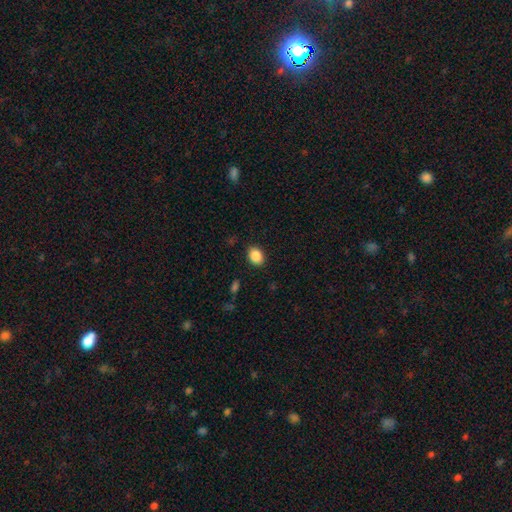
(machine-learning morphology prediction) smooth-or-featured: smooth: 88% | star or artifact: 8% | featured or disk: 4%
  how-rounded: in between: 66% | round: 33% | cigar-shaped: 1%
  merging: none: 87% | minor disturbance: 9% | major disturbance: 3% | merger: 1%